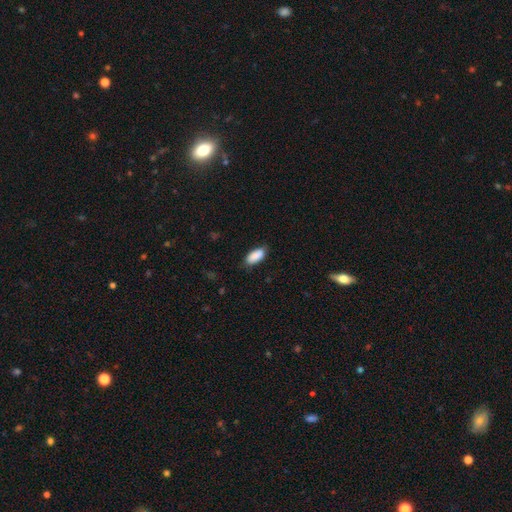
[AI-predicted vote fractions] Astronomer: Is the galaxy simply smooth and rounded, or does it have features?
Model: smooth — 89%.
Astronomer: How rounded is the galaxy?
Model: in between — 89%.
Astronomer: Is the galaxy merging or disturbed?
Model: none — 80%.